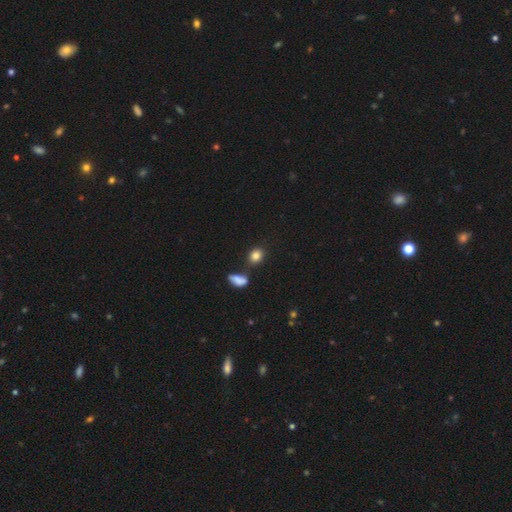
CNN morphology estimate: smooth 83%, star or artifact 11%, featured or disk 6%. Down the decision tree: how rounded — round (52%); merging — none (70%).